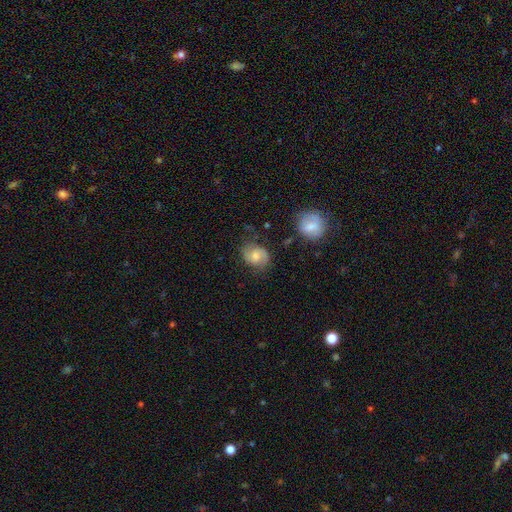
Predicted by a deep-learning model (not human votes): This appears to be a featured or disk galaxy (60%) with no bar (52%), 2 (88%) medium (50%) spiral arms (91%) and a moderate central bulge (55%). Merging: none (73%).